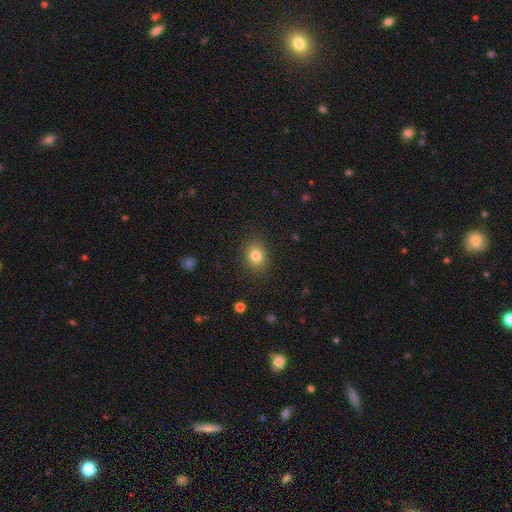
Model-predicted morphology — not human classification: smooth_or_featured: smooth (p=0.82) [alt: star or artifact p=0.11]
how_rounded: round (p=0.53) [alt: in between p=0.46]
merging: none (p=0.86) [alt: minor disturbance p=0.09]